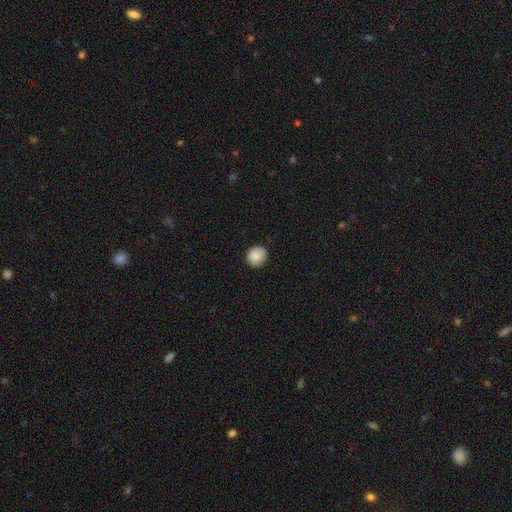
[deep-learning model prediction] A smooth galaxy with no disk features (88%) that is round (87%). Merging: none (85%).